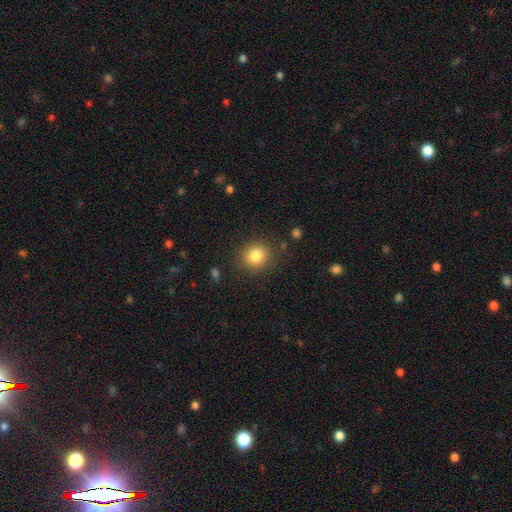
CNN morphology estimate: A smooth galaxy with no disk features (83%) that is round (87%). Merging: none (87%).